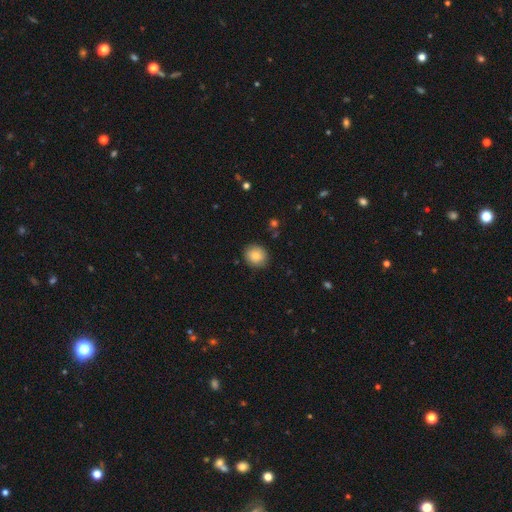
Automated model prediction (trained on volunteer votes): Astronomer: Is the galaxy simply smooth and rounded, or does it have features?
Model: smooth — 85%.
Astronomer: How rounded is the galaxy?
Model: round — 81%.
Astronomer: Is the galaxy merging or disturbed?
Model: none — 87%.